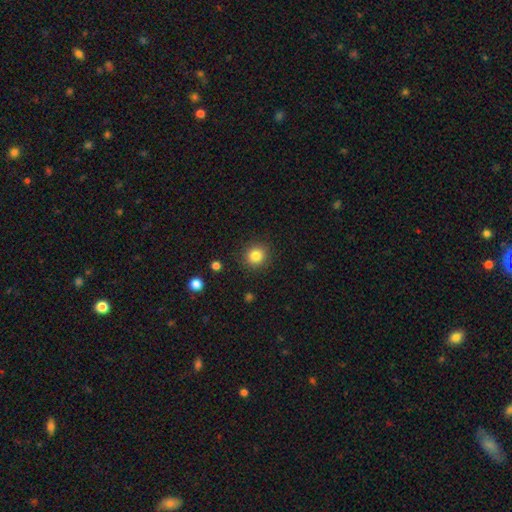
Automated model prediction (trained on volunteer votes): smooth 84%, star or artifact 11%, featured or disk 5%. Down the decision tree: how rounded — round (90%); merging — none (89%).